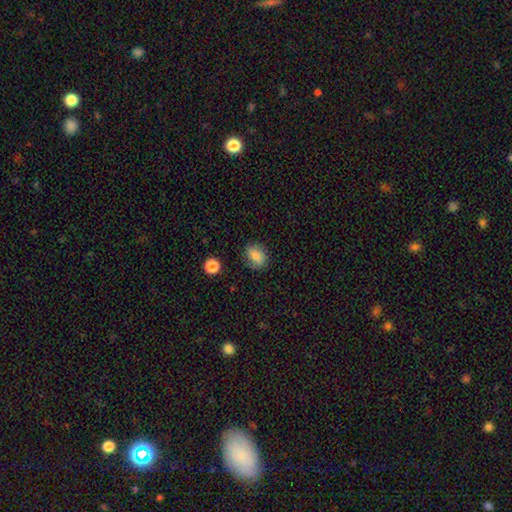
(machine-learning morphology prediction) Smooth or featured? Predicted: smooth (p=0.78). How rounded? Predicted: in between (p=0.59). Merging? Predicted: none (p=0.76).